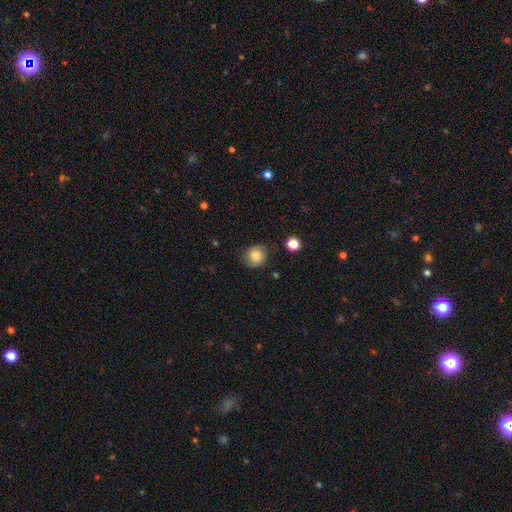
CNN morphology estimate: smooth-or-featured: smooth: 81% | featured or disk: 10% | star or artifact: 9%
  how-rounded: round: 82% | in between: 17% | cigar-shaped: 1%
  merging: none: 78% | minor disturbance: 16% | major disturbance: 4% | merger: 2%